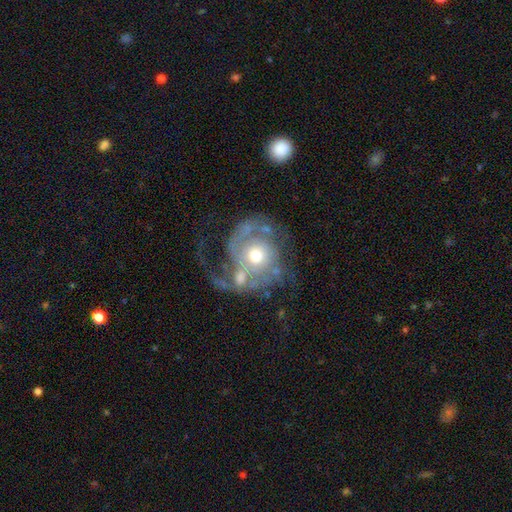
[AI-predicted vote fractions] Smooth or featured? featured or disk (80%)
Edge-on disk? no (98%)
Bar? no (81%)
Spiral arms? yes (85%)
Spiral winding? tight (41%)
Spiral arm count? 2 (44%)
Bulge size? moderate (68%)
Merging? none (37%)